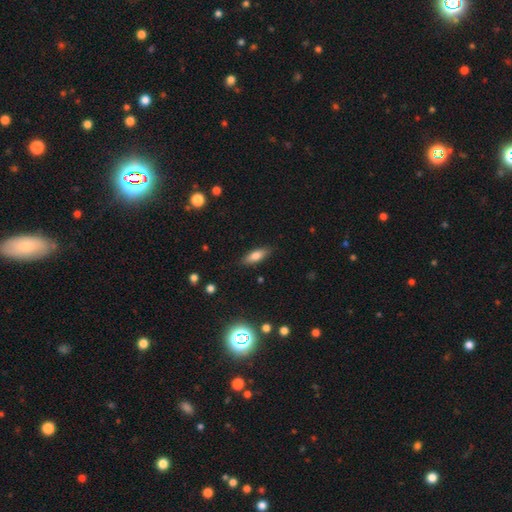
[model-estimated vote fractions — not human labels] smooth 75%, featured or disk 17%, star or artifact 9%. Down the decision tree: how rounded — in between (67%); merging — none (86%).